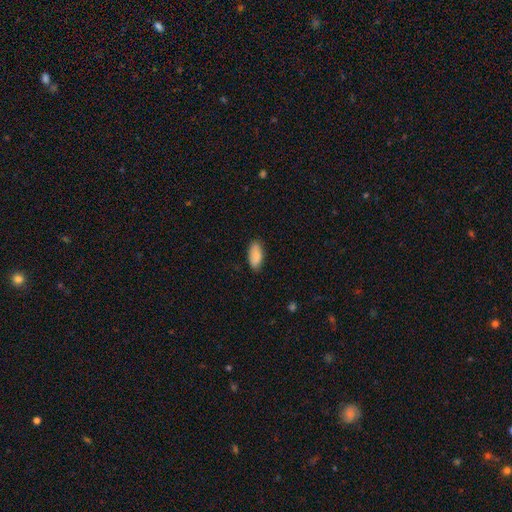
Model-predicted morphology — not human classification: smooth 89%, star or artifact 6%, featured or disk 5%. Down the decision tree: how rounded — in between (88%); merging — none (84%).